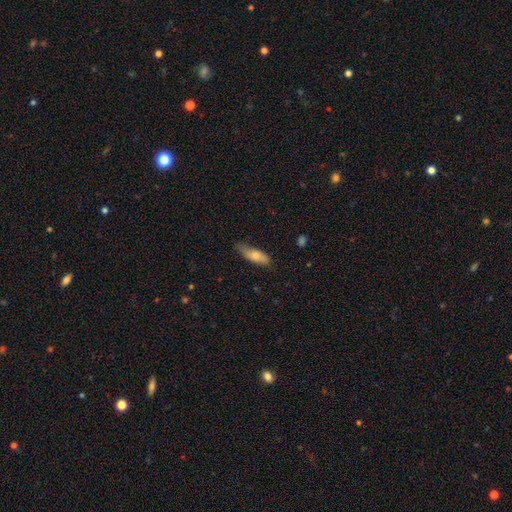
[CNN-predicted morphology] smooth 72%, featured or disk 21%, star or artifact 6%. Down the decision tree: how rounded — in between (63%); merging — none (62%).